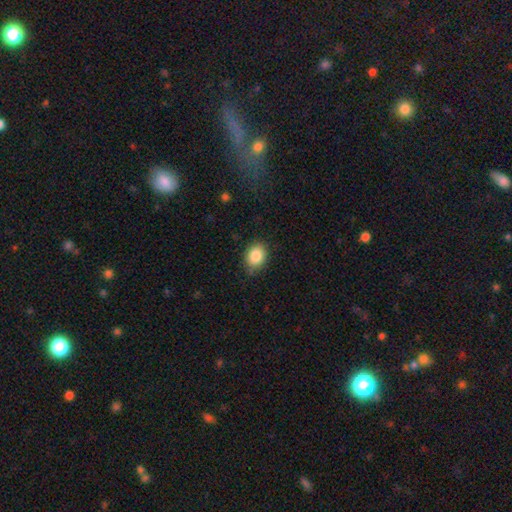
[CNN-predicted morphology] type=smooth (86%); roundness=in between (55%); merging=none (80%).